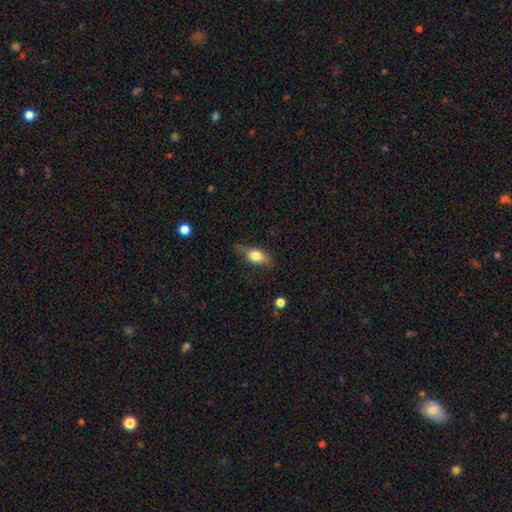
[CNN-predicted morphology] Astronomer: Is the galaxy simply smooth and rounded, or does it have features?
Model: smooth — 72%.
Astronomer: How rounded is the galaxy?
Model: in between — 80%.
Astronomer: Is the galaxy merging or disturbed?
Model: none — 64%.